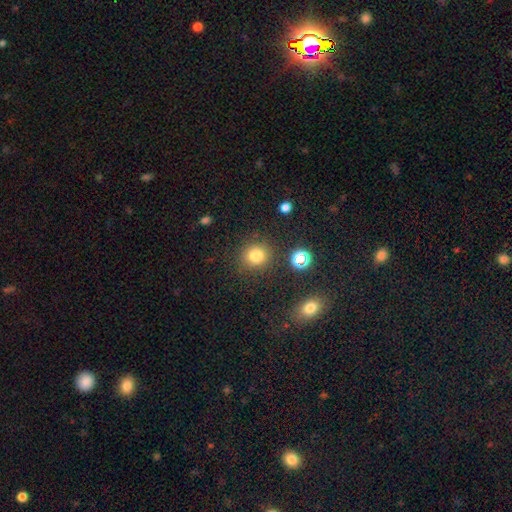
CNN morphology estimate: smooth 79%, star or artifact 15%, featured or disk 6%. Down the decision tree: how rounded — round (87%); merging — none (83%).